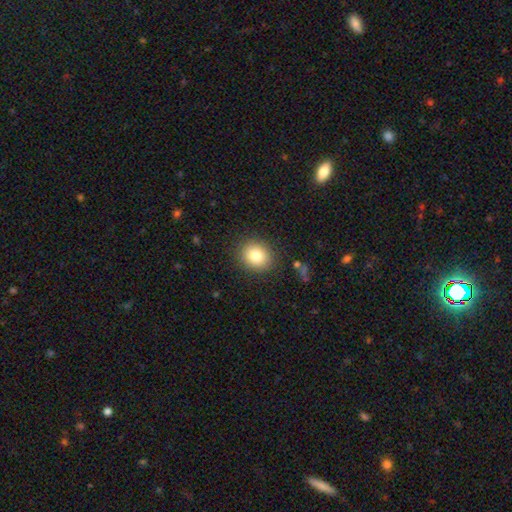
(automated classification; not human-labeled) Smooth or featured? smooth (83%)
How rounded? round (75%)
Merging? none (88%)